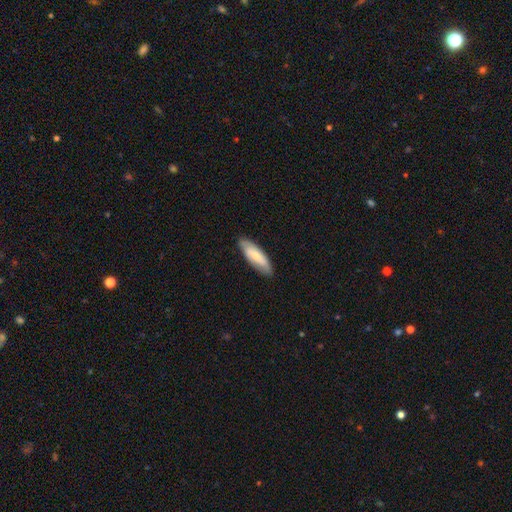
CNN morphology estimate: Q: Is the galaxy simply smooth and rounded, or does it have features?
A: smooth — 64%.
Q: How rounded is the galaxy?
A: in between — 59%.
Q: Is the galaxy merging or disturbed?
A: none — 82%.